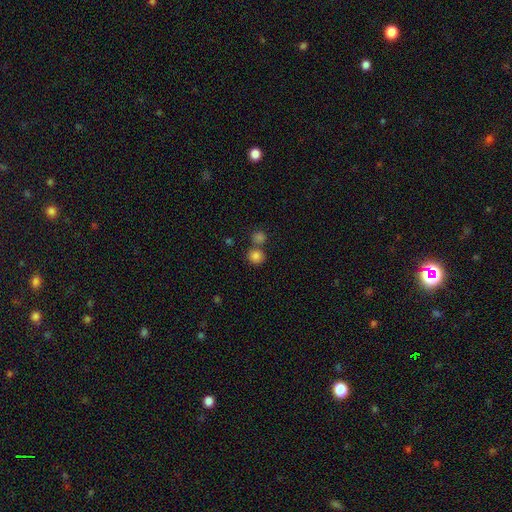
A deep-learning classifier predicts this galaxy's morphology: Smooth or featured? Predicted: smooth (p=0.82). How rounded? Predicted: round (p=0.88). Merging? Predicted: none (p=0.62).